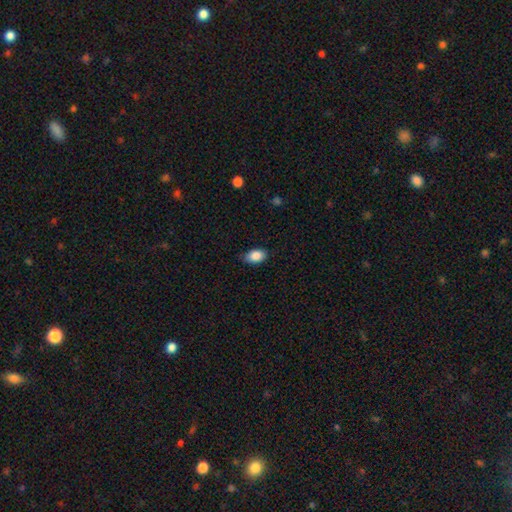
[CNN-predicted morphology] smooth-or-featured: smooth: 88% | star or artifact: 7% | featured or disk: 5%
  how-rounded: in between: 89% | round: 10% | cigar-shaped: 1%
  merging: none: 80% | minor disturbance: 16% | major disturbance: 3% | merger: 1%